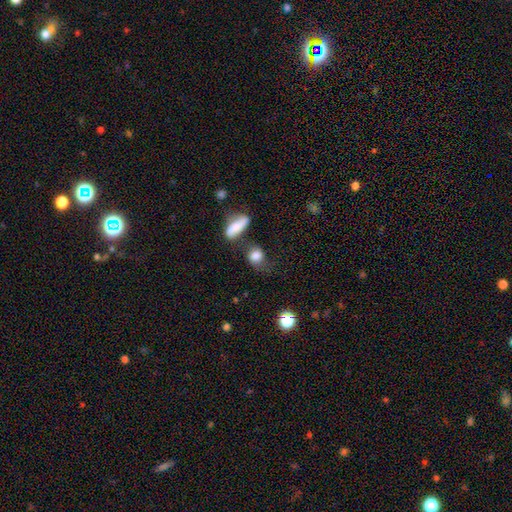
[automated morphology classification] Smooth or featured? Predicted: smooth (p=0.77). How rounded? Predicted: round (p=0.50). Merging? Predicted: none (p=0.48).